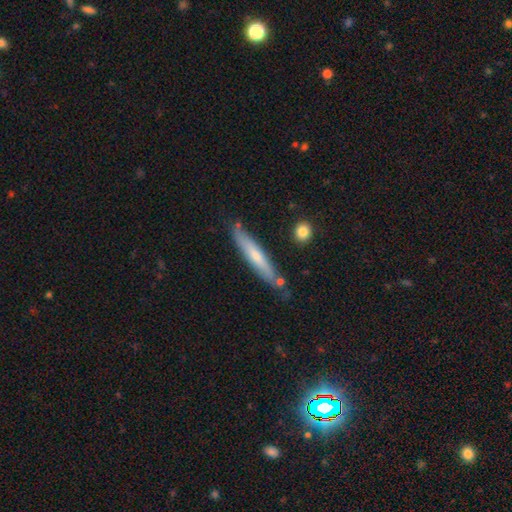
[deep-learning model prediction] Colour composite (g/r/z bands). It shows a smooth galaxy with no disk features (55%) that is cigar-shaped (91%). Merging: none (78%).